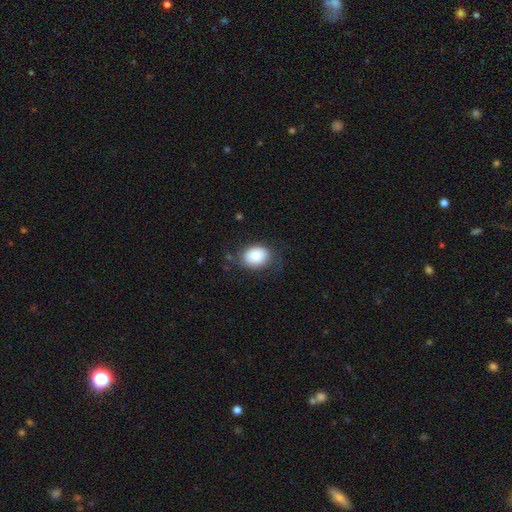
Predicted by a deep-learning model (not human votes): A smooth galaxy with no disk features (84%) that is in between round and cigar-shaped (59%).

Vote fractions:
- Smooth or featured? smooth: 84% / featured or disk: 9% / star or artifact: 7%
- How rounded? in between: 59% / round: 40% / cigar-shaped: 1%
- Merging? none: 66% / minor disturbance: 22% / major disturbance: 10% / merger: 2%